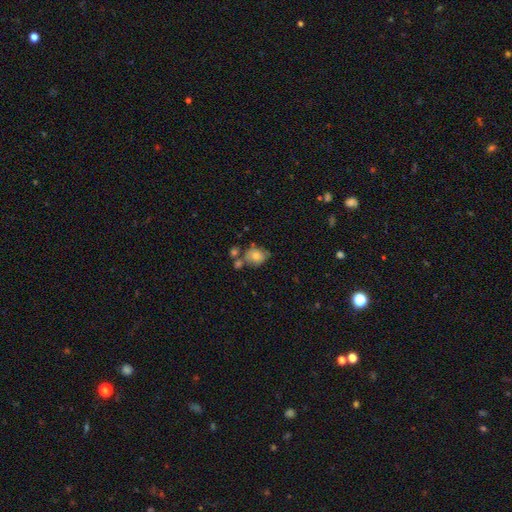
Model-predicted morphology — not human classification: A smooth galaxy with no disk features (69%) that is round (52%). Merging: none (47%).